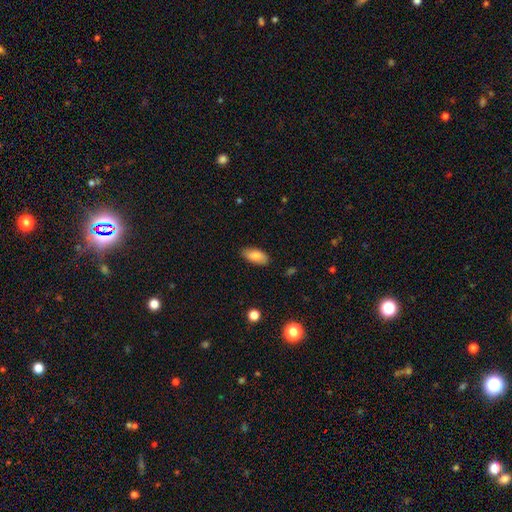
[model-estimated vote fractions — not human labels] Morphology: type=smooth (85%); roundness=in between (90%); merging=none (83%).